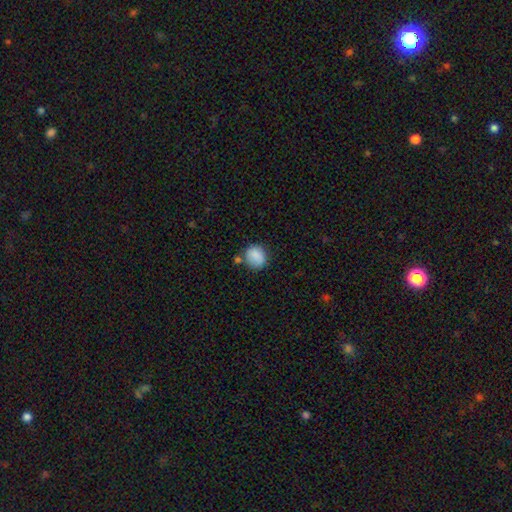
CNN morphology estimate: smooth-or-featured: smooth: 86% | star or artifact: 8% | featured or disk: 6%
  how-rounded: round: 72% | in between: 27% | cigar-shaped: 1%
  merging: none: 66% | minor disturbance: 18% | merger: 11% | major disturbance: 5%